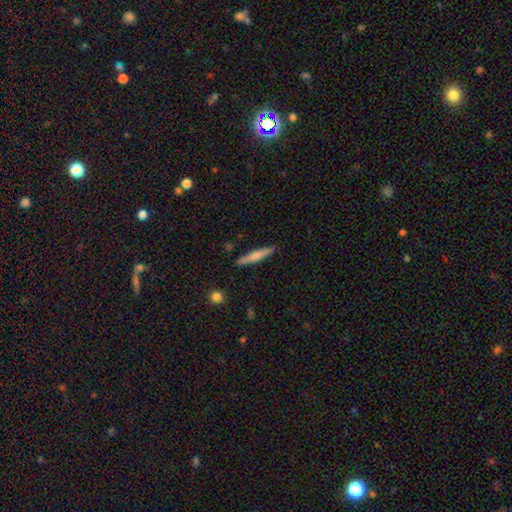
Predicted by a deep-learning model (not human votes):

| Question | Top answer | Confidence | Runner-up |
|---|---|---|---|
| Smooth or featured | smooth | 64% | featured or disk (30%) |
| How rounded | cigar-shaped | 93% | in between (5%) |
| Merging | none | 89% | minor disturbance (8%) |